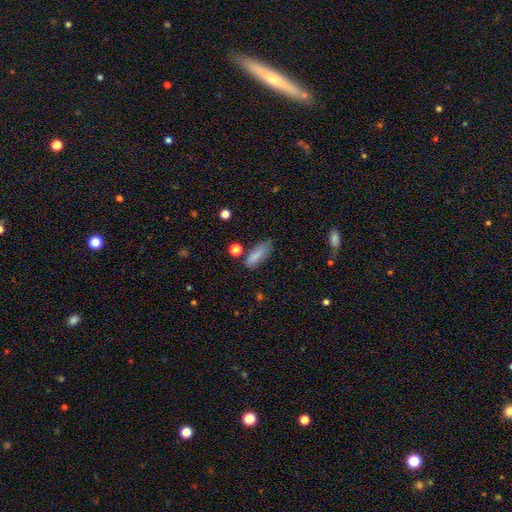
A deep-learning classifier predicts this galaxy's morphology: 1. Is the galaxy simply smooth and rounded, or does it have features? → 83% smooth, 9% star or artifact, 8% featured or disk.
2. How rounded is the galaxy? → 66% in between, 31% cigar-shaped, 3% round.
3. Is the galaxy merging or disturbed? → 65% none, 22% minor disturbance, 7% major disturbance, 5% merger.